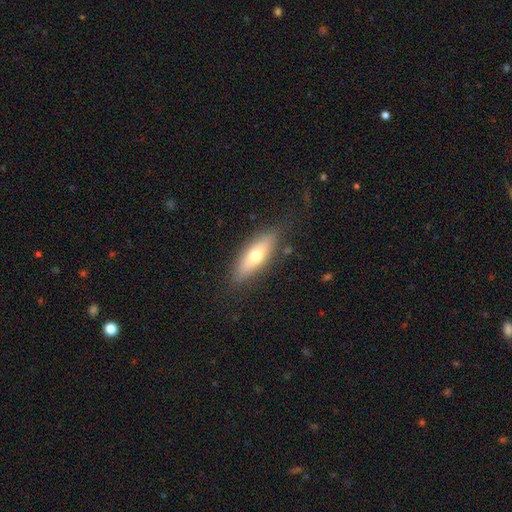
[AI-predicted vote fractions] The model was most divided on "how rounded": in between: 53%, cigar-shaped: 44%, round: 3%. More confident: merging — none (82%); smooth or featured — smooth (61%).